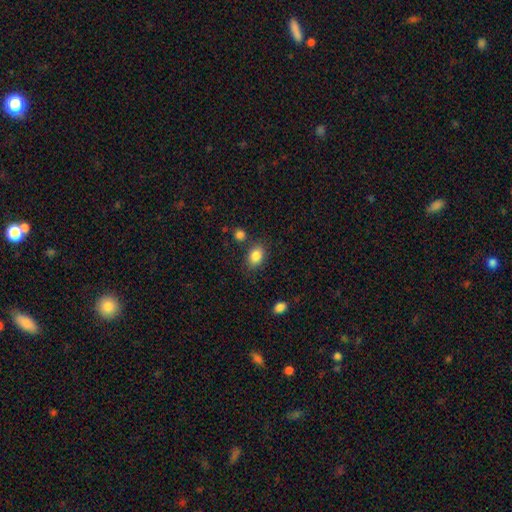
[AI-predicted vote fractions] This appears to be a smooth galaxy with no disk features (85%) that is in between round and cigar-shaped (75%). Merging: none (77%).